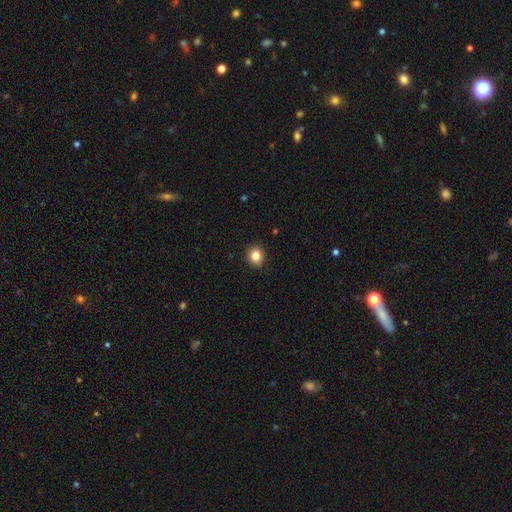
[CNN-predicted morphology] Smooth or featured? Predicted: smooth (p=0.85). How rounded? Predicted: round (p=0.80). Merging? Predicted: none (p=0.91).